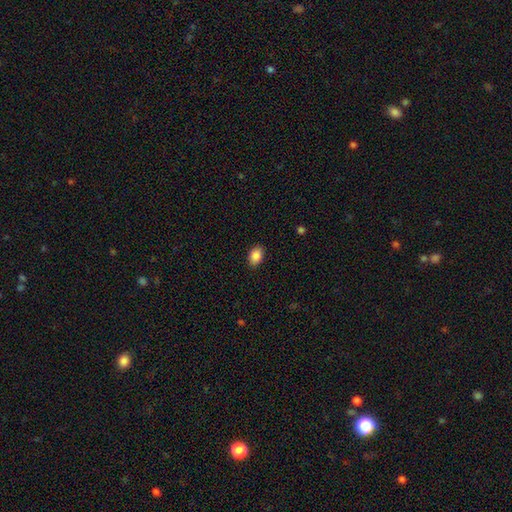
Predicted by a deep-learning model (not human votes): smooth-or-featured: smooth: 88% | star or artifact: 8% | featured or disk: 4%
  how-rounded: in between: 83% | round: 16% | cigar-shaped: 1%
  merging: none: 88% | minor disturbance: 9% | major disturbance: 2% | merger: 1%